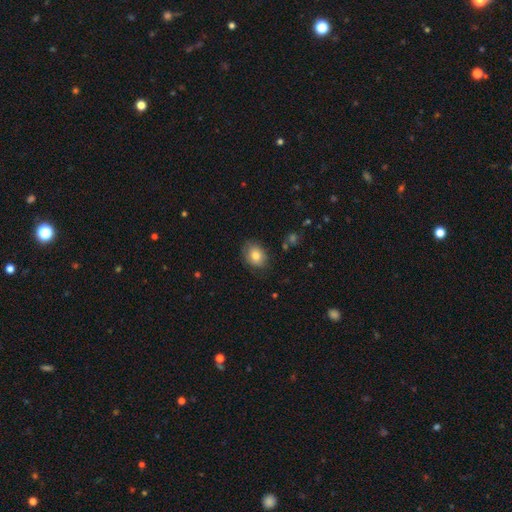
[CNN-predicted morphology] Smooth or featured? smooth (78%)
How rounded? in between (54%)
Merging? none (77%)